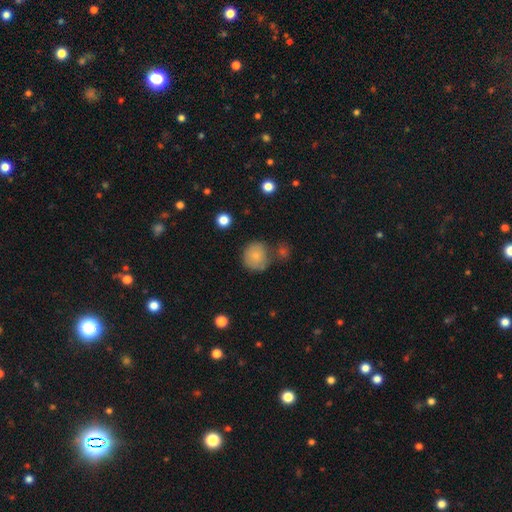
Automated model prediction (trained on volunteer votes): The model was most divided on "merging": none: 64%, minor disturbance: 17%, merger: 13%, major disturbance: 6%. More confident: how rounded — round (86%); smooth or featured — smooth (80%).